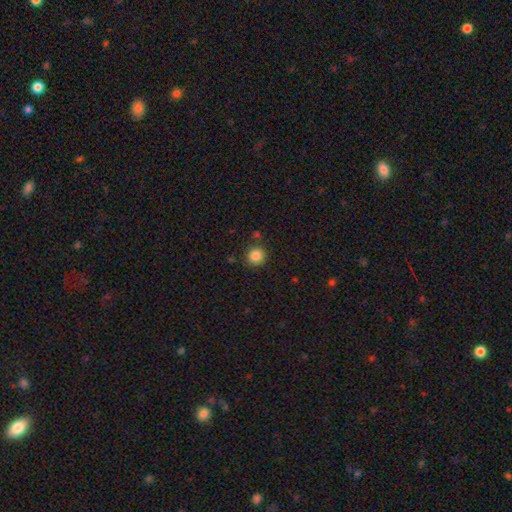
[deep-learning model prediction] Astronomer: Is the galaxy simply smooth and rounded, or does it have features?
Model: smooth — 86%.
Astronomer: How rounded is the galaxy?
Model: round — 92%.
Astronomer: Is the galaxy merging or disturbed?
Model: none — 86%.